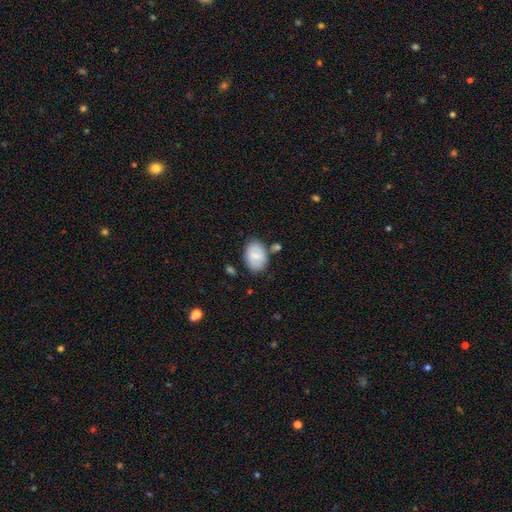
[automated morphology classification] Overall: smooth (66%; featured or disk 27%). How rounded: in between (84%). Merging: none (69%).